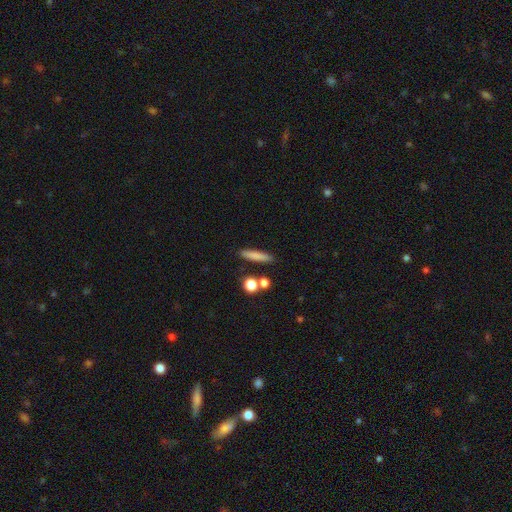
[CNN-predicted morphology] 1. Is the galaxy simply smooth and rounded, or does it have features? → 79% smooth, 13% featured or disk, 8% star or artifact.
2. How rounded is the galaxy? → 82% cigar-shaped, 13% in between, 5% round.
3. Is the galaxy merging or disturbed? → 84% none, 8% minor disturbance, 6% merger, 3% major disturbance.